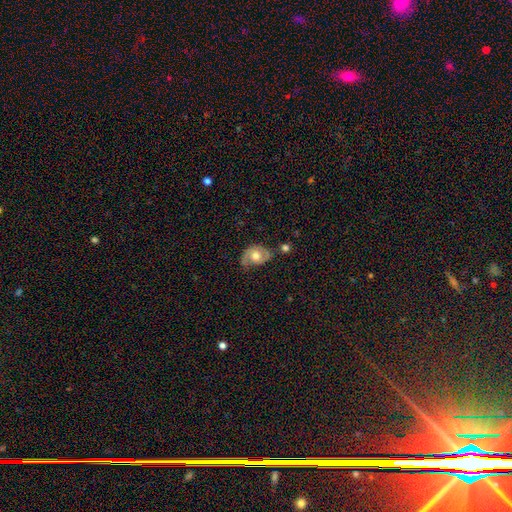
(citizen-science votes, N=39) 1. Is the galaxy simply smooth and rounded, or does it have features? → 59% featured or disk, 36% smooth, 5% star or artifact.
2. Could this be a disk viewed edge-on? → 100% no, 0% yes.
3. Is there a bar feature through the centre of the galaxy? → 96% no, 4% weak, 0% strong.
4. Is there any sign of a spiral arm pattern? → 87% yes, 13% no.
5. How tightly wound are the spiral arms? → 65% medium, 25% tight, 10% loose.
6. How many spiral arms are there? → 70% 2, 20% 1, 10% can't tell, 0% 3, 0% 4, 0% more than 4.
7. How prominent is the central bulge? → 65% moderate, 17% large, 13% small, 4% none, 0% dominant.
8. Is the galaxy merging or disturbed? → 62% none, 35% minor disturbance, 3% major disturbance, 0% merger.